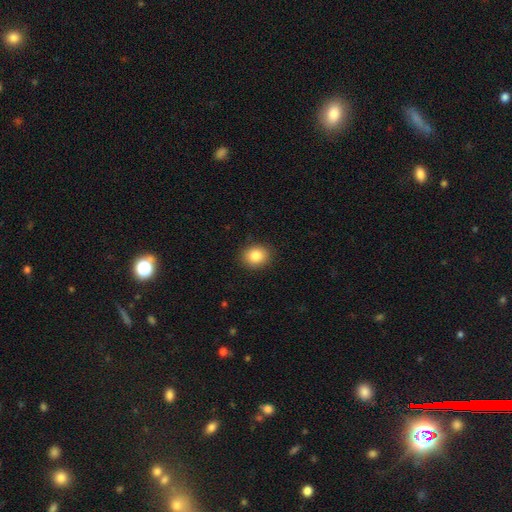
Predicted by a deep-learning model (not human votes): The model was most divided on "how rounded": round: 65%, in between: 35%, cigar-shaped: 1%. More confident: merging — none (89%); smooth or featured — smooth (85%).